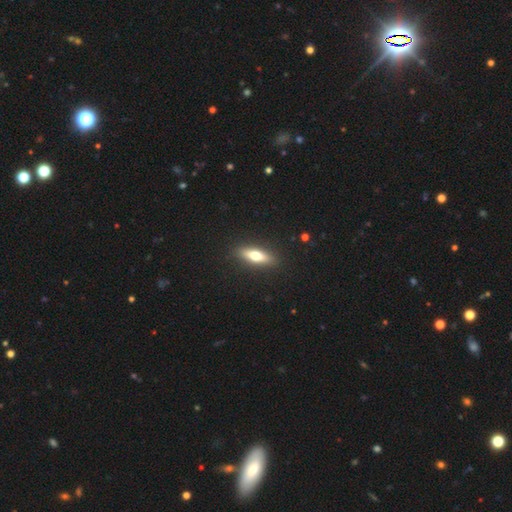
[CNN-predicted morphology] Q: Smooth or featured?
A: smooth (61%); runner-up: featured or disk (33%)
Q: How rounded?
A: cigar-shaped (52%); runner-up: in between (45%)
Q: Merging?
A: none (90%); runner-up: minor disturbance (7%)